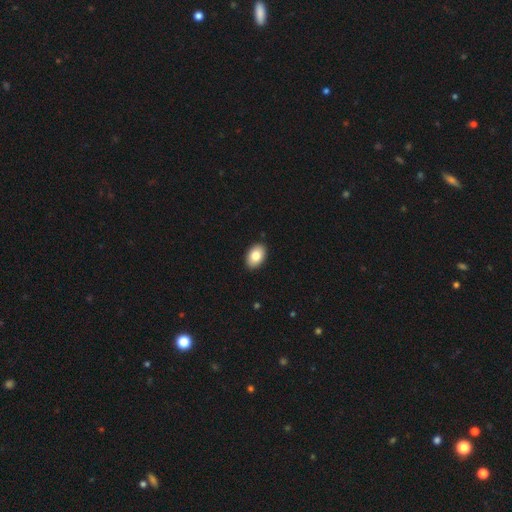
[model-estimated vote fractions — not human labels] smooth 82%, featured or disk 11%, star or artifact 7%. Down the decision tree: how rounded — in between (90%); merging — none (90%).